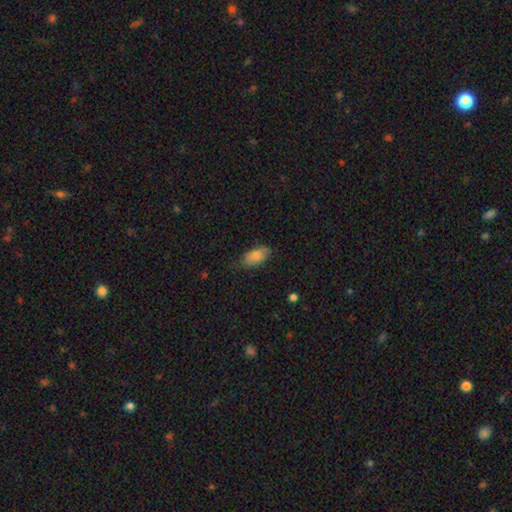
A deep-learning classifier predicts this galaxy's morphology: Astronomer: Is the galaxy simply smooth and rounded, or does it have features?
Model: smooth — 86%.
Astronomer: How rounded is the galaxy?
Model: in between — 90%.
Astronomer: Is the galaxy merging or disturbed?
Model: none — 74%.